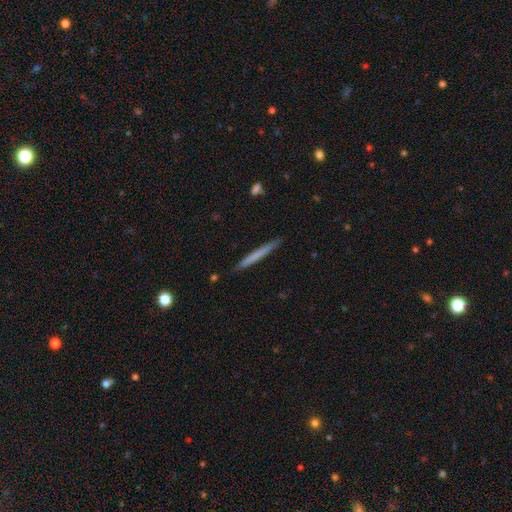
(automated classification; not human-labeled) smooth_or_featured: smooth (p=0.62) [alt: featured or disk p=0.33]
how_rounded: cigar-shaped (p=0.97) [alt: in between p=0.02]
merging: none (p=0.90) [alt: minor disturbance p=0.08]